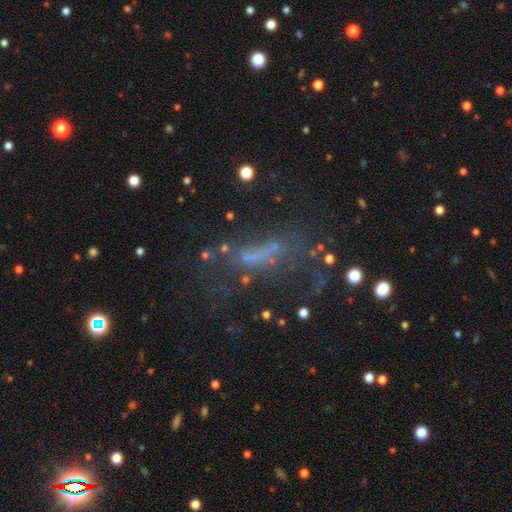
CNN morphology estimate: featured or disk 40%, star or artifact 30%, smooth 30%. Down the decision tree: merging — none (41%).